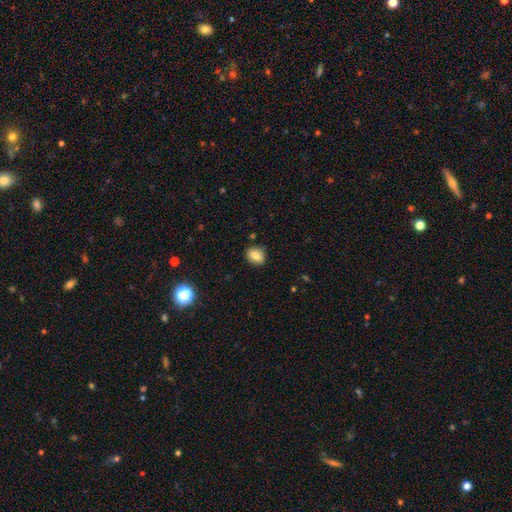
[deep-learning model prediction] This is clearly a smooth galaxy (81%). How rounded: possibly in between (55%). Merging: clearly none (84%).